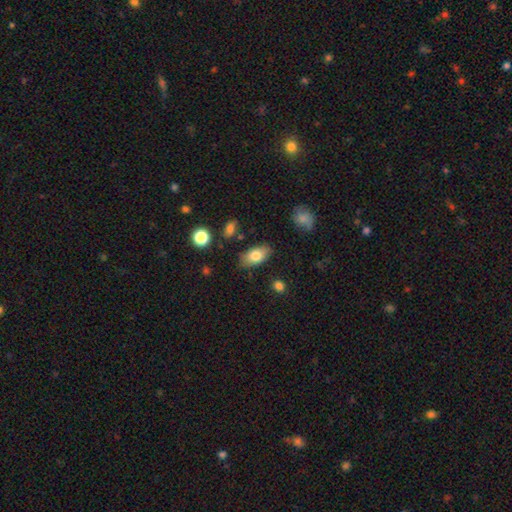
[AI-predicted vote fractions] Smooth or featured?
  - smooth: 79% *
  - featured or disk: 14%
  - star or artifact: 7%
How rounded?
  - in between: 91% *
  - round: 5%
  - cigar-shaped: 4%
Merging?
  - none: 81% *
  - minor disturbance: 13%
  - major disturbance: 3%
  - merger: 2%